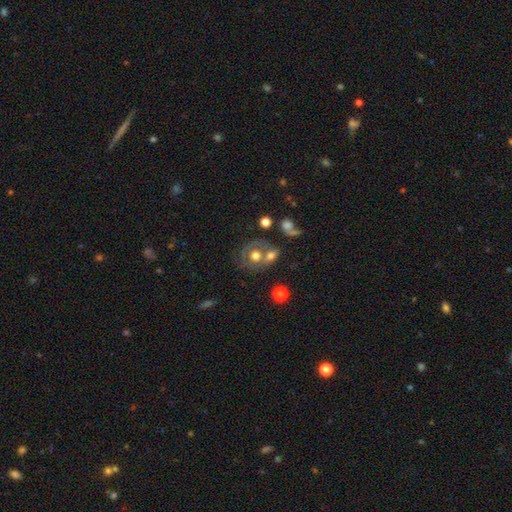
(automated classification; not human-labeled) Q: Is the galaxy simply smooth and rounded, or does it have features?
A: smooth — 47%.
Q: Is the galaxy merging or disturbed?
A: none — 40%.